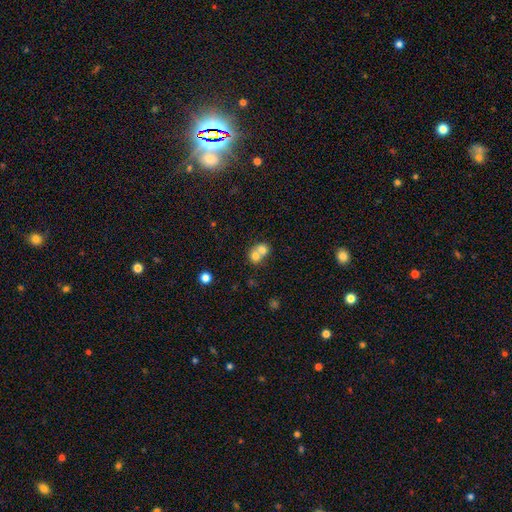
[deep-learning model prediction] Smooth or featured?
  - smooth: 70% *
  - featured or disk: 20%
  - star or artifact: 11%
How rounded?
  - round: 72% *
  - in between: 27%
  - cigar-shaped: 1%
Merging?
  - merger: 69% *
  - none: 24%
  - minor disturbance: 5%
  - major disturbance: 2%